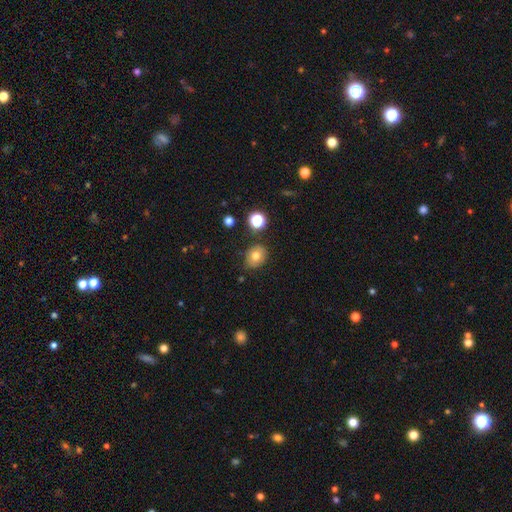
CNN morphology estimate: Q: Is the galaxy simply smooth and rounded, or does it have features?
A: smooth — 74%.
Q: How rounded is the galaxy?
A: round — 61%.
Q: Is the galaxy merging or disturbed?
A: none — 81%.